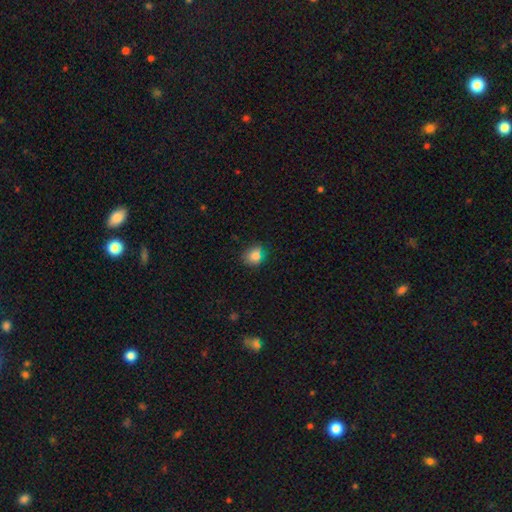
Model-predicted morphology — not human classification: The model was most divided on "how rounded": round: 65%, in between: 34%, cigar-shaped: 1%. More confident: smooth or featured — smooth (82%); merging — none (72%).